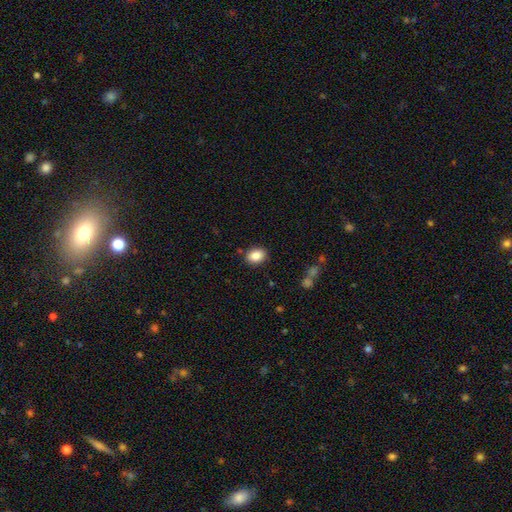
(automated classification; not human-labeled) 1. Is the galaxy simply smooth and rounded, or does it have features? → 87% smooth, 8% star or artifact, 5% featured or disk.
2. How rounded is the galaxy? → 71% in between, 28% round, 1% cigar-shaped.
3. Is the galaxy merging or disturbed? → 86% none, 9% minor disturbance, 2% major disturbance, 2% merger.